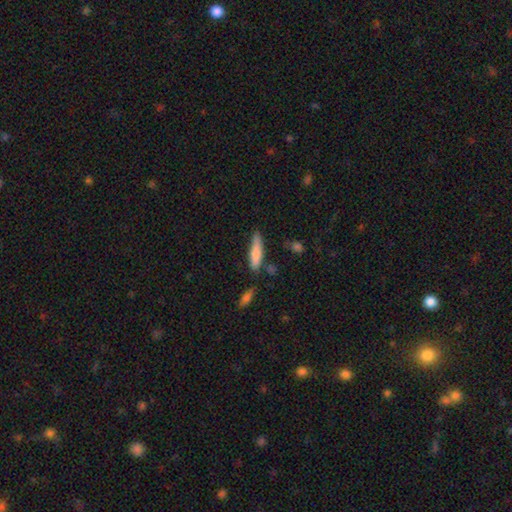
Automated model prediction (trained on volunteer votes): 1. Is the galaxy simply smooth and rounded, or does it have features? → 75% smooth, 19% featured or disk, 6% star or artifact.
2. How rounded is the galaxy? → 77% cigar-shaped, 22% in between, 2% round.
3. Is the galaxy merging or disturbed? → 69% none, 21% minor disturbance, 6% merger, 4% major disturbance.